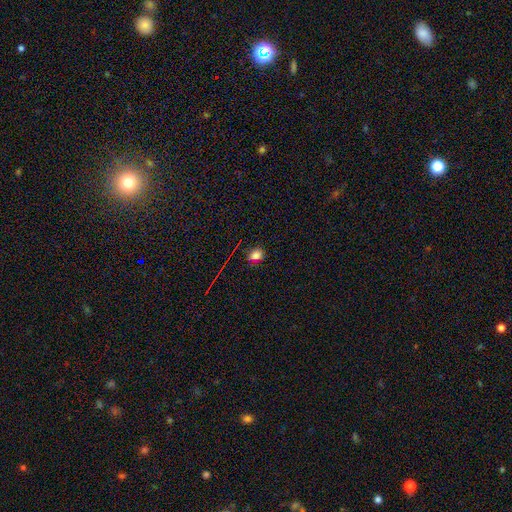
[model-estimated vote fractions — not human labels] smooth-or-featured: smooth: 73% | star or artifact: 21% | featured or disk: 6%
  how-rounded: in between: 53% | round: 46% | cigar-shaped: 2%
  merging: none: 78% | minor disturbance: 16% | major disturbance: 4% | merger: 2%